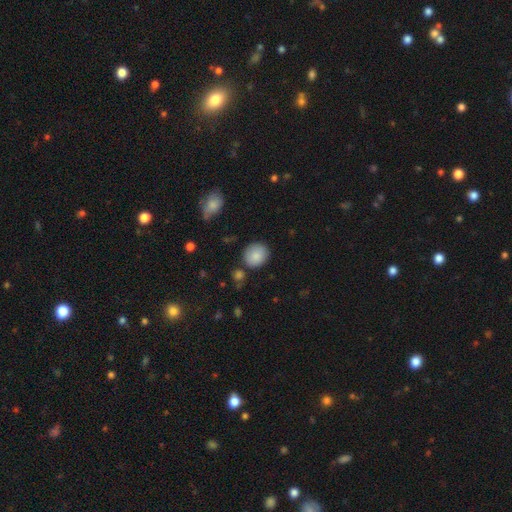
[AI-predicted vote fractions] This appears to be a smooth galaxy with no disk features (86%) that is round (76%). Merging: none (80%).